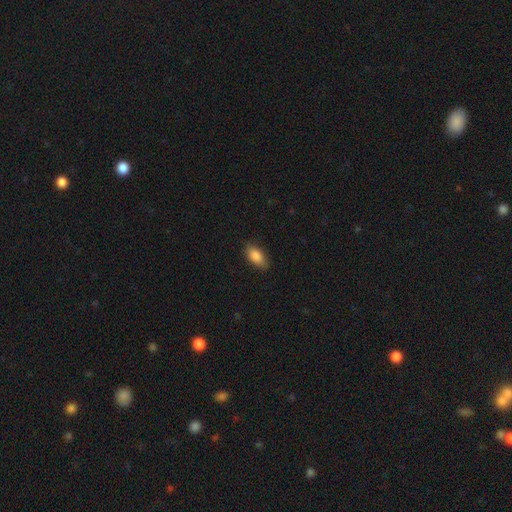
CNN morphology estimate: This is clearly a smooth galaxy (87%). How rounded: clearly in between (90%). Merging: clearly none (84%).